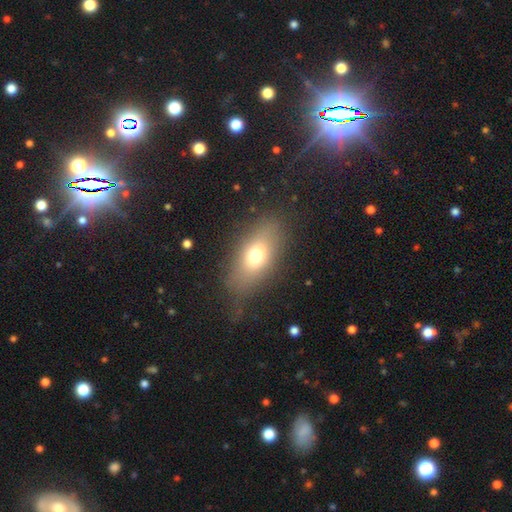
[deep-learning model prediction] Smooth or featured? smooth (66%)
How rounded? in between (81%)
Merging? none (68%)